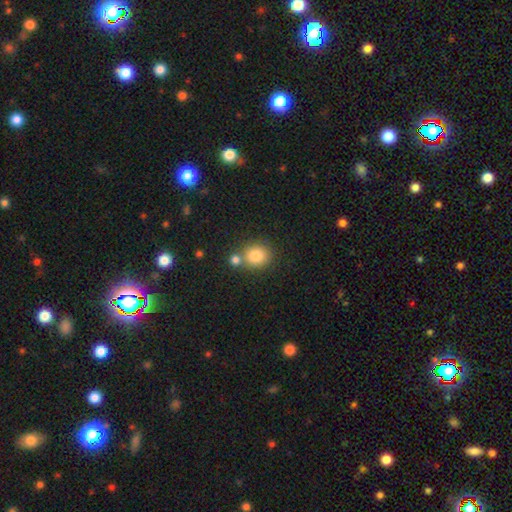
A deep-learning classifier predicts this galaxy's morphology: Smooth or featured: smooth — 81% (star or artifact — 11%)
How rounded: round — 80% (in between — 19%)
Merging: none — 61% (merger — 27%)